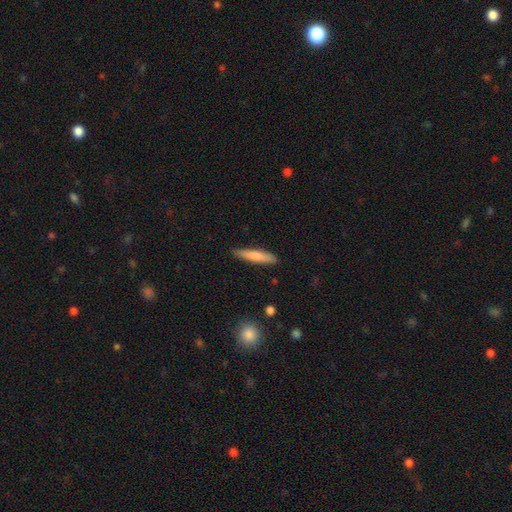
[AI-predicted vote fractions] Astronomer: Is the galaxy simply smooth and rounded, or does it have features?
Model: smooth — 75%.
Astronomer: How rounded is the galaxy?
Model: cigar-shaped — 88%.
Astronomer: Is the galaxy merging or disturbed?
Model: none — 87%.